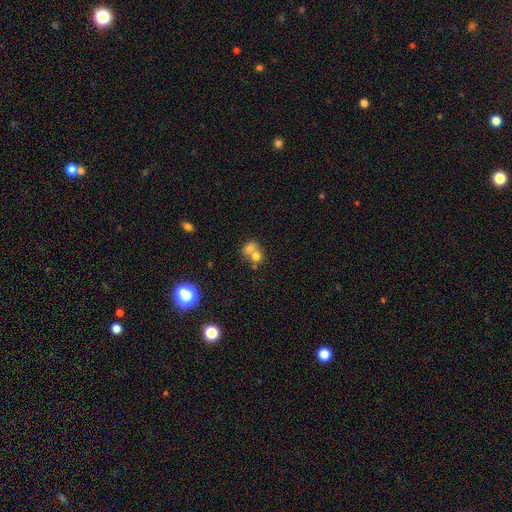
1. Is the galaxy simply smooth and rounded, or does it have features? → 79% smooth, 16% featured or disk, 5% star or artifact.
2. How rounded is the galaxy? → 80% round, 20% in between, 0% cigar-shaped.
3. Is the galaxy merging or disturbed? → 78% merger, 14% none, 6% minor disturbance, 3% major disturbance.